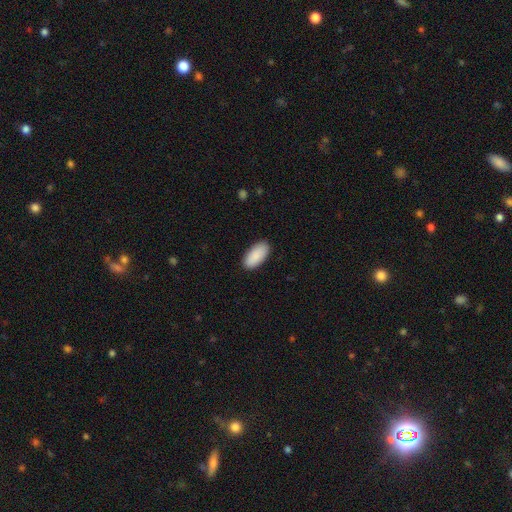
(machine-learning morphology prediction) A smooth galaxy with no disk features (90%) that is in between round and cigar-shaped (93%).

Vote fractions:
- Smooth or featured? smooth: 90% / star or artifact: 6% / featured or disk: 4%
- How rounded? in between: 93% / cigar-shaped: 5% / round: 2%
- Merging? none: 89% / minor disturbance: 9% / major disturbance: 2% / merger: 1%